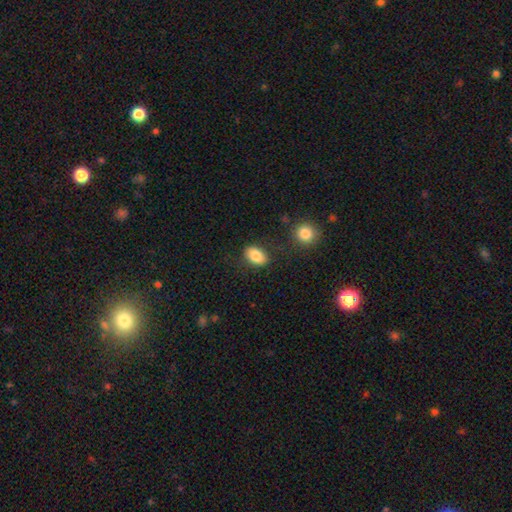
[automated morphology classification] Smooth or featured: smooth — 84% (star or artifact — 8%)
How rounded: in between — 85% (round — 13%)
Merging: none — 79% (minor disturbance — 13%)